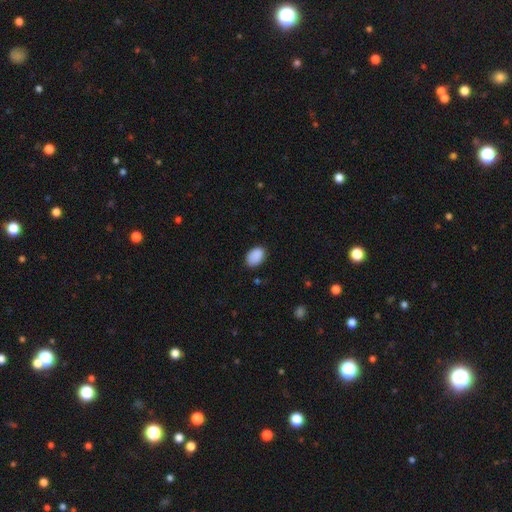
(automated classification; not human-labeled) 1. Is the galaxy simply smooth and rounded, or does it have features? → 90% smooth, 7% star or artifact, 3% featured or disk.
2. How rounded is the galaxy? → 84% in between, 15% round, 1% cigar-shaped.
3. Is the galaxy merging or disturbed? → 82% none, 14% minor disturbance, 3% major disturbance, 1% merger.